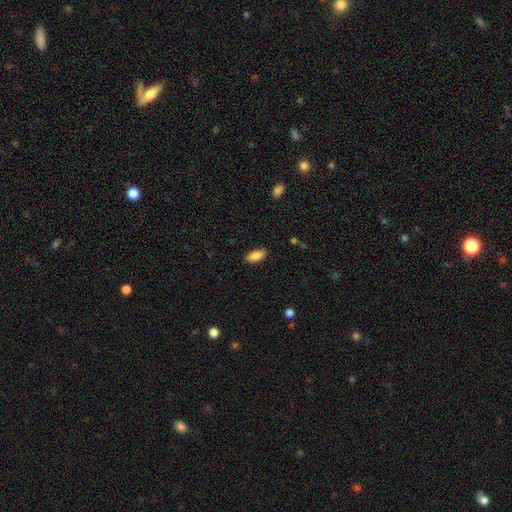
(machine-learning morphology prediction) smooth-or-featured: smooth: 85% | featured or disk: 8% | star or artifact: 7%
  how-rounded: in between: 85% | cigar-shaped: 13% | round: 2%
  merging: none: 88% | minor disturbance: 9% | major disturbance: 2% | merger: 1%